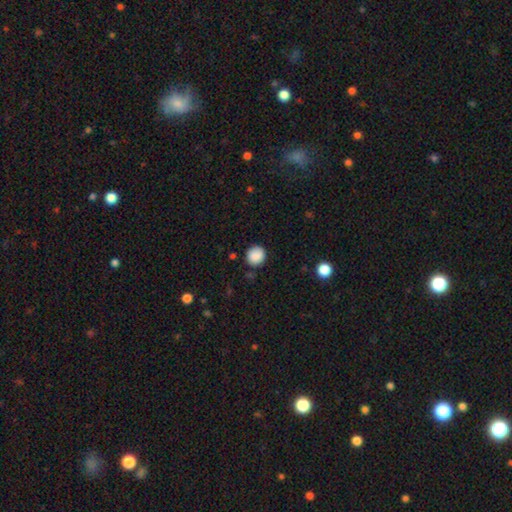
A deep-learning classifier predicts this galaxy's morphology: smooth-or-featured: smooth: 88% | star or artifact: 9% | featured or disk: 3%
  how-rounded: round: 89% | in between: 10% | cigar-shaped: 1%
  merging: none: 86% | minor disturbance: 10% | major disturbance: 3% | merger: 2%